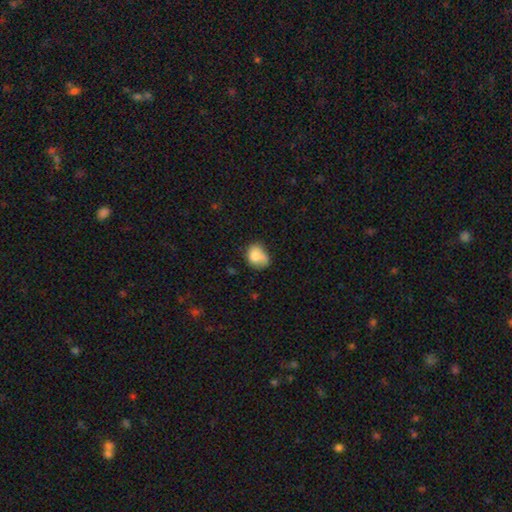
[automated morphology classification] The model was most divided on "merging": none: 40%, minor disturbance: 36%, major disturbance: 14%, merger: 10%. More confident: smooth or featured — smooth (78%); how rounded — in between (53%).